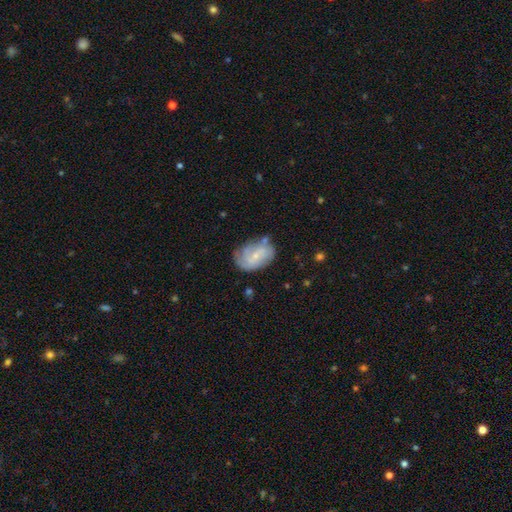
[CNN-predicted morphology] featured or disk 58%, smooth 34%, star or artifact 8%. Down the decision tree: edge-on disk — no (97%); bar — no (62%); spiral arms — yes (80%); bulge size — small (71%); merging — none (56%).